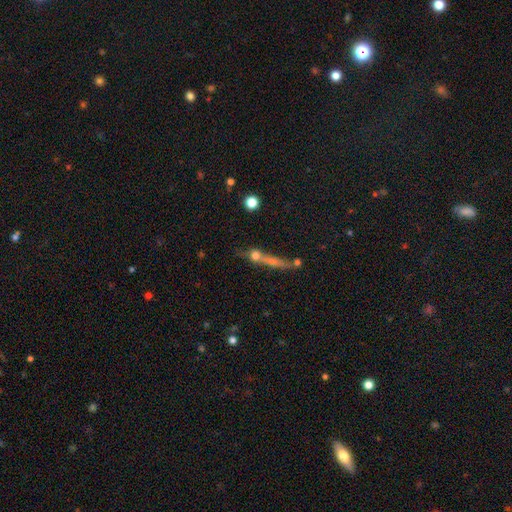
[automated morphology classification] This is possibly a smooth galaxy (49%). Merging: marginally none (45%).